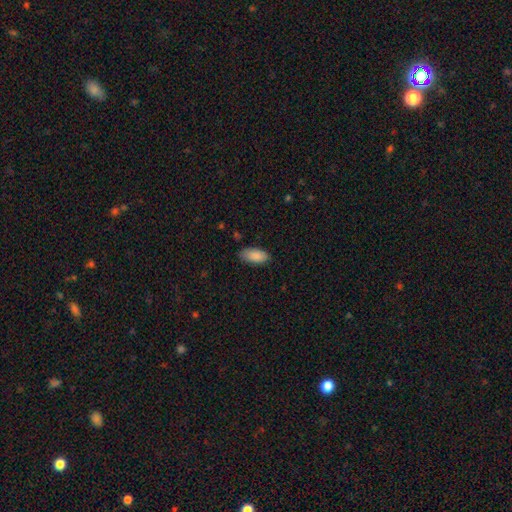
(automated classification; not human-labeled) Smooth or featured?
  - smooth: 89% *
  - star or artifact: 6%
  - featured or disk: 5%
How rounded?
  - in between: 91% *
  - cigar-shaped: 7%
  - round: 2%
Merging?
  - none: 81% *
  - minor disturbance: 15%
  - major disturbance: 3%
  - merger: 1%